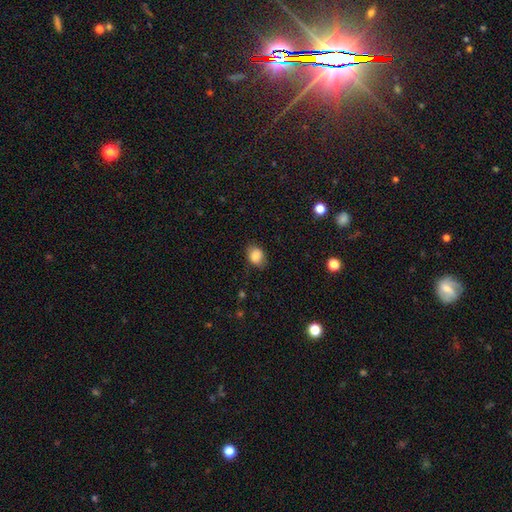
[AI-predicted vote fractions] smooth-or-featured: smooth: 85% | star or artifact: 9% | featured or disk: 6%
  how-rounded: in between: 62% | round: 37% | cigar-shaped: 1%
  merging: none: 72% | minor disturbance: 21% | major disturbance: 5% | merger: 1%